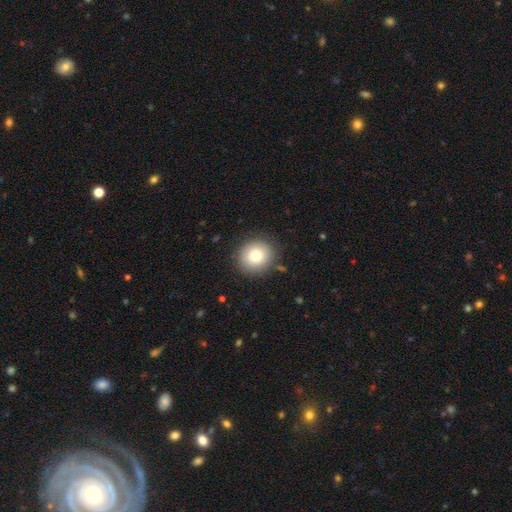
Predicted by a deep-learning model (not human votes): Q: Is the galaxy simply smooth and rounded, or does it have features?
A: smooth — 81%.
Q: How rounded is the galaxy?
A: round — 88%.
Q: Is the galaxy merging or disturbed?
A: none — 87%.